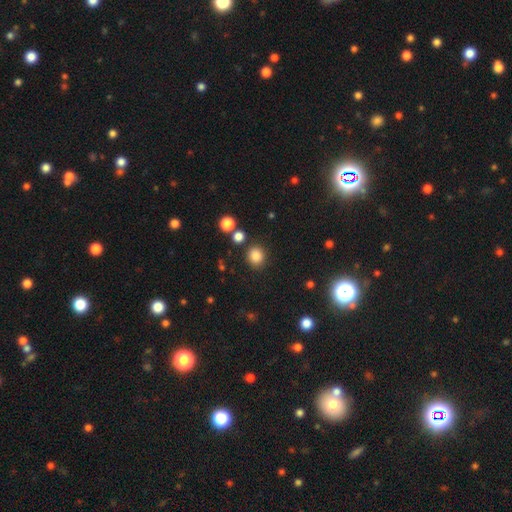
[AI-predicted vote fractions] A smooth galaxy with no disk features (84%) that is round (81%).

Vote fractions:
- Smooth or featured? smooth: 84% / star or artifact: 12% / featured or disk: 4%
- How rounded? round: 81% / in between: 18% / cigar-shaped: 1%
- Merging? none: 85% / minor disturbance: 8% / merger: 4% / major disturbance: 3%